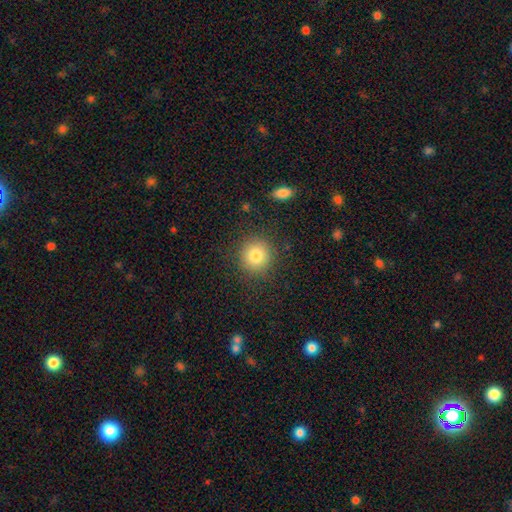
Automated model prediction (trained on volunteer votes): Smooth or featured? Predicted: smooth (p=0.81). How rounded? Predicted: round (p=0.91). Merging? Predicted: none (p=0.88).